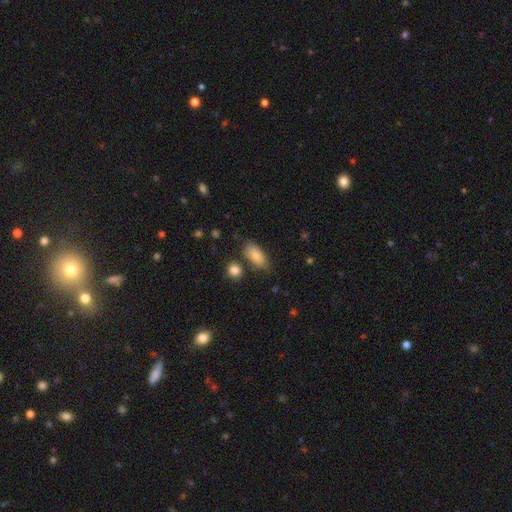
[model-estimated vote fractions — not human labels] smooth 82%, featured or disk 11%, star or artifact 7%. Down the decision tree: how rounded — in between (89%); merging — none (72%).